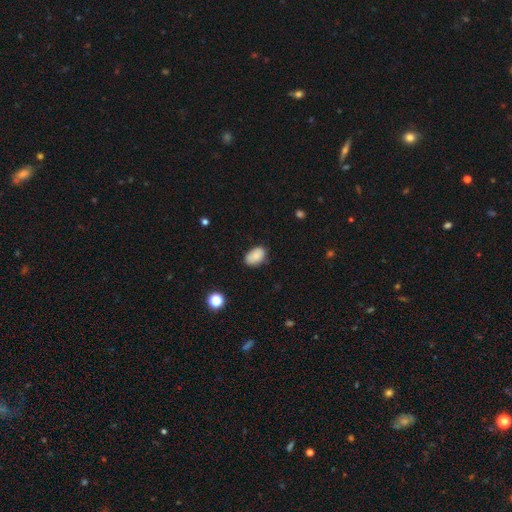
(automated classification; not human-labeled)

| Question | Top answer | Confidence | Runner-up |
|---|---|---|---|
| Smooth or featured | smooth | 86% | star or artifact (8%) |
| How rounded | in between | 89% | round (10%) |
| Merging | none | 77% | minor disturbance (19%) |